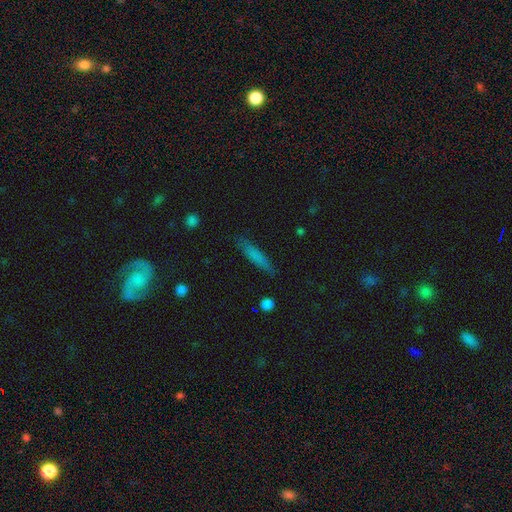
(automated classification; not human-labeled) A smooth galaxy with no disk features (73%) that is cigar-shaped (88%).

Vote fractions:
- Smooth or featured? smooth: 73% / featured or disk: 19% / star or artifact: 8%
- How rounded? cigar-shaped: 88% / in between: 10% / round: 2%
- Merging? none: 84% / minor disturbance: 12% / major disturbance: 2% / merger: 1%